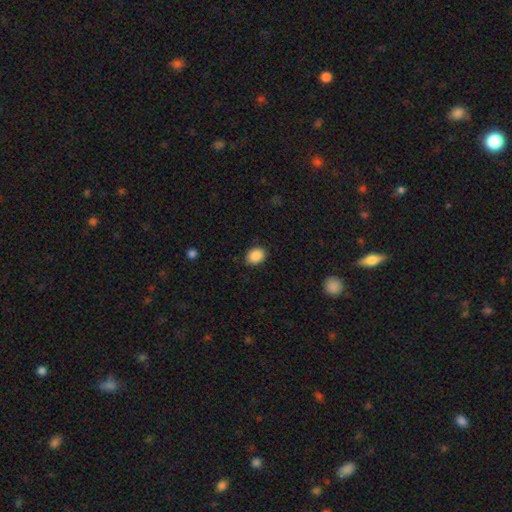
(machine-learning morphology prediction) Smooth or featured: smooth — 89% (star or artifact — 8%)
How rounded: in between — 65% (round — 34%)
Merging: none — 87% (minor disturbance — 10%)